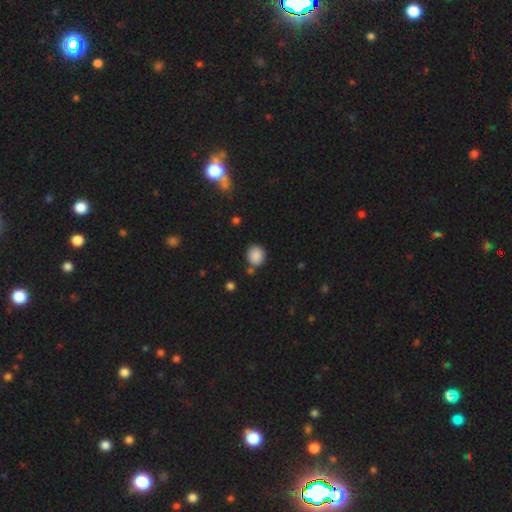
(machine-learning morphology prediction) Overall: smooth (87%). How rounded: round (76%). Merging: none (76%).